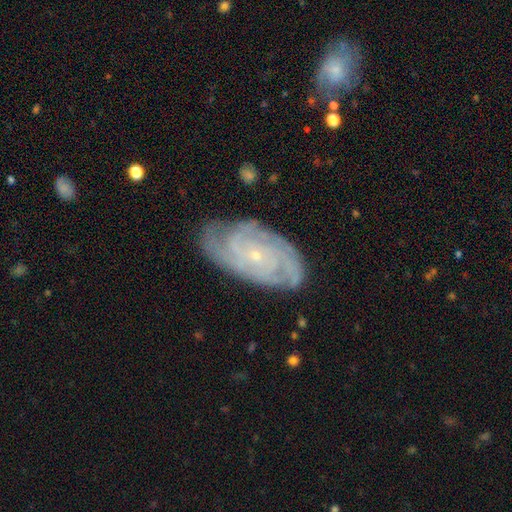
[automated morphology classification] type=featured or disk (85%); edge-on=no (96%); bar=no (77%); spiral arms=yes (96%); winding=tight (73%); arm count=can't tell (27%); bulge=small (84%); merging=none (76%).